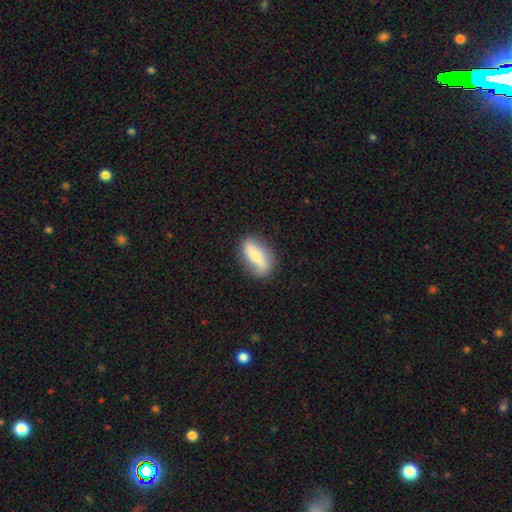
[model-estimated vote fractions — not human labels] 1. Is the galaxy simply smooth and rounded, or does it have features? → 55% smooth, 38% featured or disk, 7% star or artifact.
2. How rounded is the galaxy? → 79% in between, 15% cigar-shaped, 7% round.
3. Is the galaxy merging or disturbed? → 80% none, 14% minor disturbance, 4% major disturbance, 2% merger.